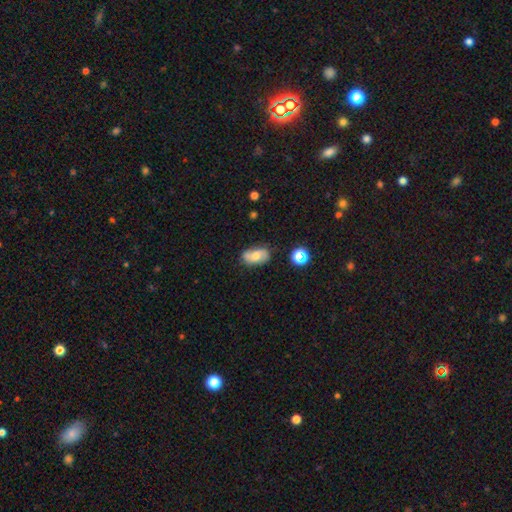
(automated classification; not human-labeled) Smooth or featured: smooth — 46% (featured or disk — 44%)
Merging: none — 74% (minor disturbance — 19%)